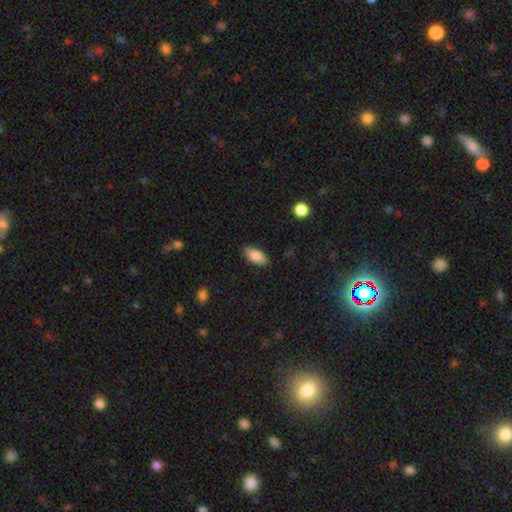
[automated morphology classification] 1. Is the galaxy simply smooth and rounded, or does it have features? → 86% smooth, 7% featured or disk, 7% star or artifact.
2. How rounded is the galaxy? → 89% in between, 9% cigar-shaped, 2% round.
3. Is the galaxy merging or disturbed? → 86% none, 11% minor disturbance, 2% major disturbance, 1% merger.